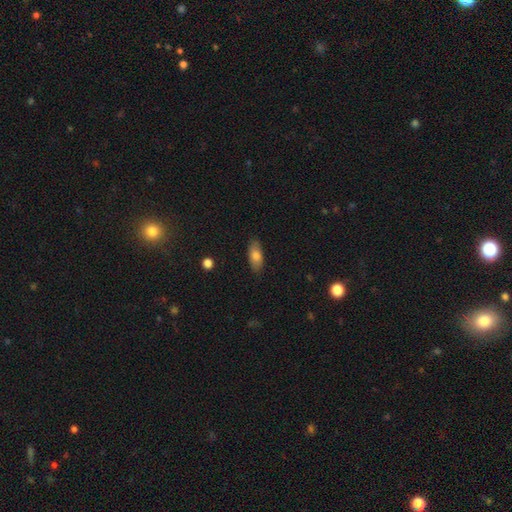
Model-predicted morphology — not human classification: smooth 78%, featured or disk 15%, star or artifact 7%. Down the decision tree: how rounded — in between (83%); merging — none (86%).